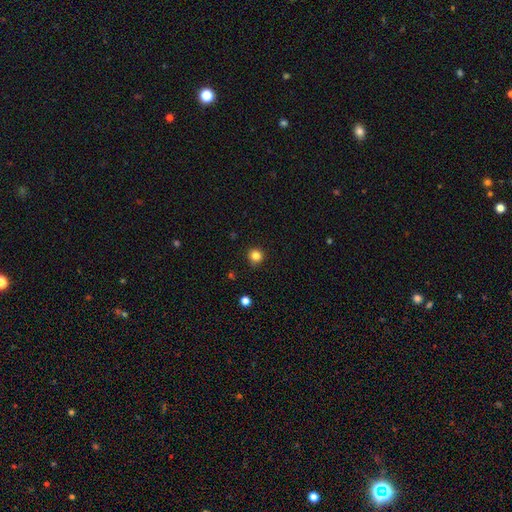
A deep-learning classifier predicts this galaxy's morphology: smooth 84%, star or artifact 12%, featured or disk 4%. Down the decision tree: how rounded — round (94%); merging — none (91%).